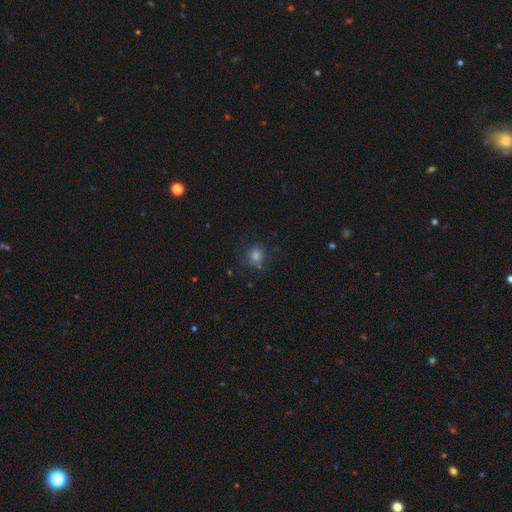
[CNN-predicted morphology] A smooth galaxy with no disk features (71%) that is round (77%).

Vote fractions:
- Smooth or featured? smooth: 71% / star or artifact: 20% / featured or disk: 10%
- How rounded? round: 77% / in between: 22% / cigar-shaped: 1%
- Merging? none: 74% / minor disturbance: 17% / major disturbance: 7% / merger: 2%